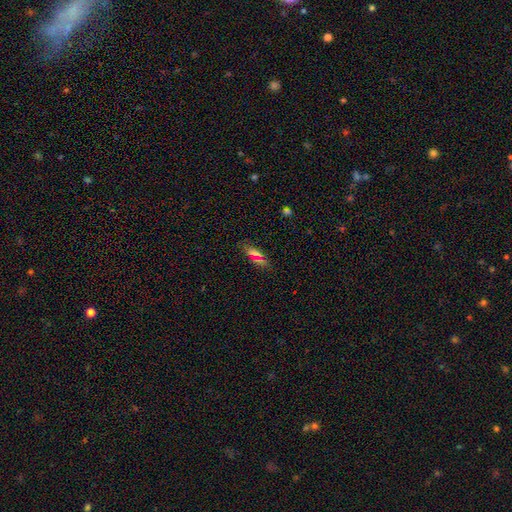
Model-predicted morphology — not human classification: Smooth or featured? Predicted: smooth (p=0.63). How rounded? Predicted: in between (p=0.64). Merging? Predicted: none (p=0.84).